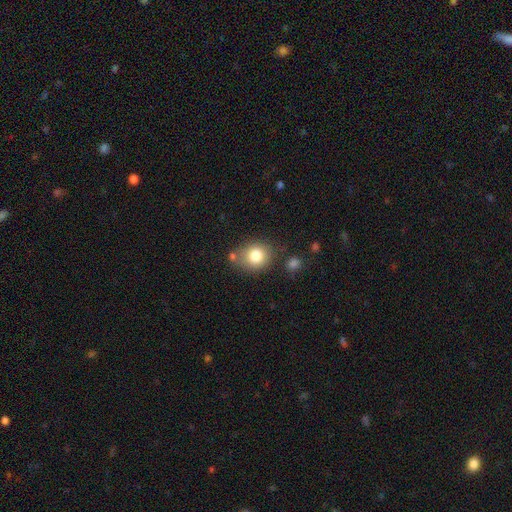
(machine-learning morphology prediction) This is clearly a smooth galaxy (81%). How rounded: likely round (64%). Merging: likely none (68%).